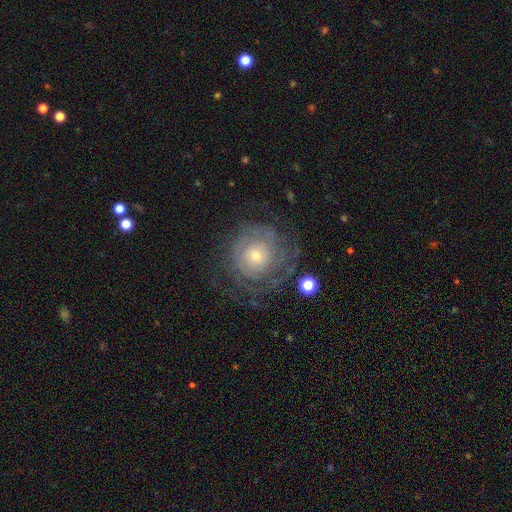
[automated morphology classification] smooth_or_featured: featured or disk (p=0.73) [alt: smooth p=0.19]
disk_edge_on: no (p=0.97) [alt: yes p=0.03]
bar: no (p=0.82) [alt: weak p=0.15]
has_spiral_arms: yes (p=0.83) [alt: no p=0.17]
spiral_winding: tight (p=0.75) [alt: medium p=0.18]
spiral_arm_count: can't tell (p=0.56) [alt: 2 p=0.15]
bulge_size: small (p=0.57) [alt: moderate p=0.36]
merging: none (p=0.68) [alt: minor disturbance p=0.16]